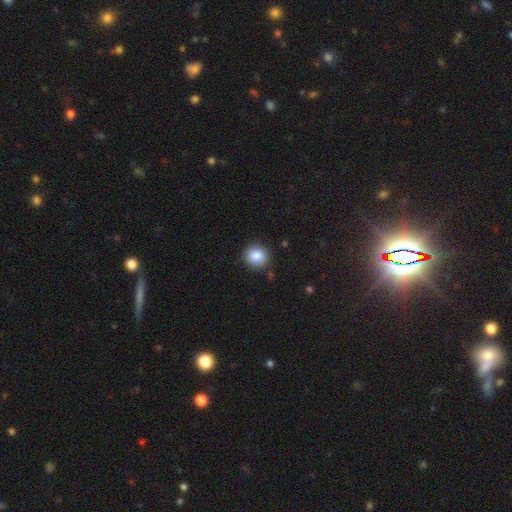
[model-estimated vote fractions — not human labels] The model was most divided on "smooth or featured": smooth: 85%, star or artifact: 9%, featured or disk: 5%. More confident: how rounded — round (89%); merging — none (87%).